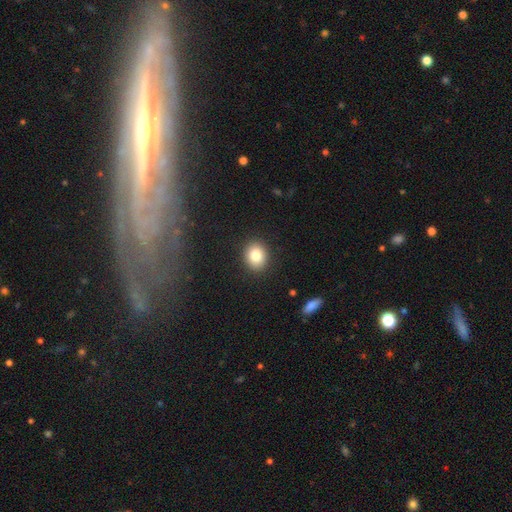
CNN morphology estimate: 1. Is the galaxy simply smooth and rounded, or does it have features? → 82% smooth, 10% star or artifact, 8% featured or disk.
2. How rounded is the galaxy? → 62% round, 37% in between, 1% cigar-shaped.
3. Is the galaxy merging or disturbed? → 90% none, 7% minor disturbance, 2% major disturbance, 1% merger.